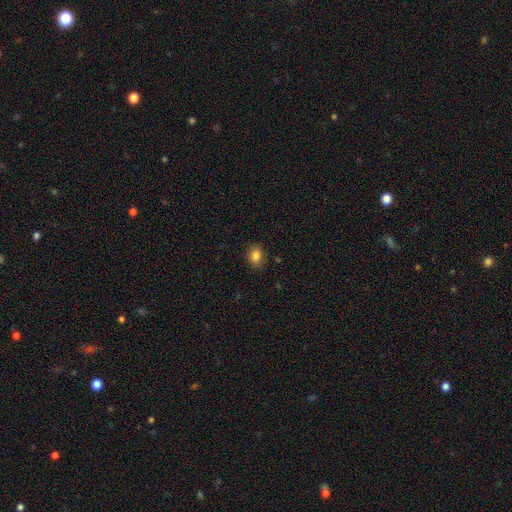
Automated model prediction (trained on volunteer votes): The model was most divided on "how rounded": in between: 70%, round: 28%, cigar-shaped: 1%. More confident: merging — none (86%); smooth or featured — smooth (85%).